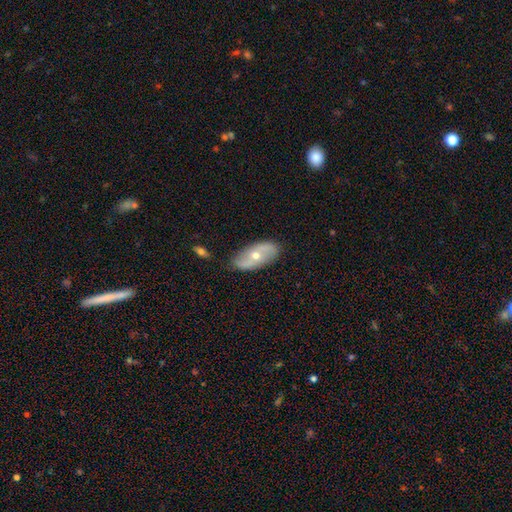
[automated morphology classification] smooth_or_featured: featured or disk (p=0.61) [alt: smooth p=0.32]
disk_edge_on: no (p=0.88) [alt: yes p=0.12]
bar: no (p=0.65) [alt: weak p=0.24]
has_spiral_arms: yes (p=0.69) [alt: no p=0.31]
bulge_size: moderate (p=0.56) [alt: small p=0.40]
merging: none (p=0.78) [alt: minor disturbance p=0.16]